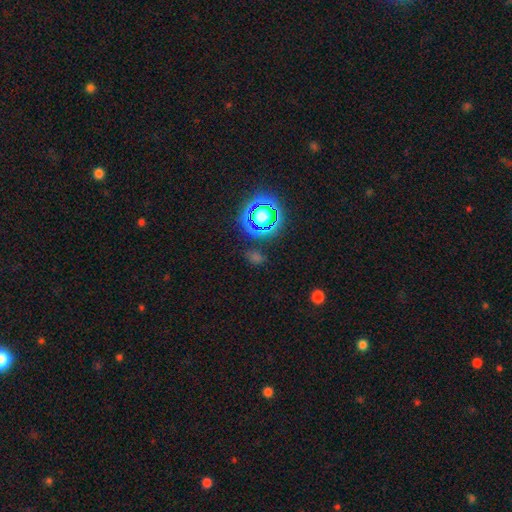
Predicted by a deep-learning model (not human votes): A star or artifact, not a galaxy (57%).